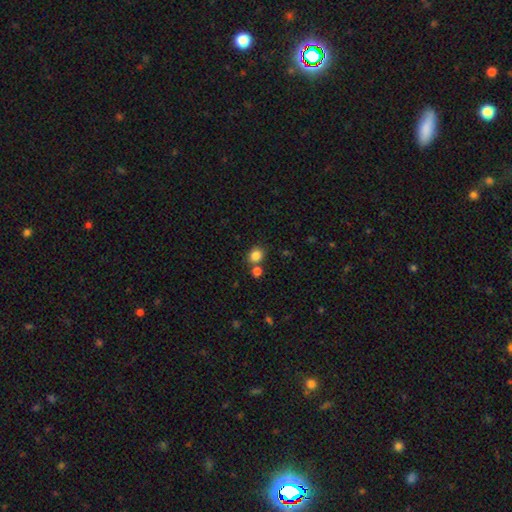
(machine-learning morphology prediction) Q: Smooth or featured?
A: smooth (84%); runner-up: star or artifact (11%)
Q: How rounded?
A: round (68%); runner-up: in between (31%)
Q: Merging?
A: none (66%); runner-up: merger (21%)